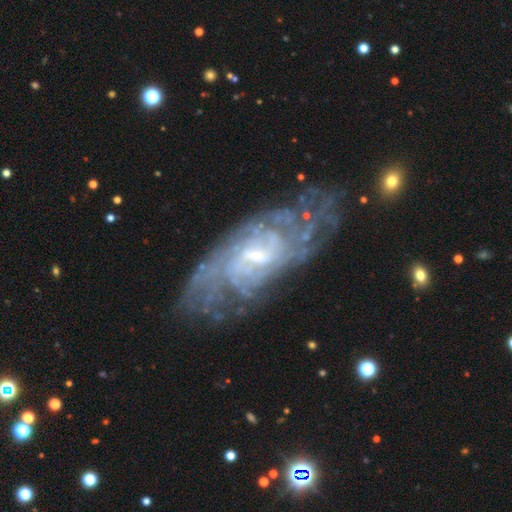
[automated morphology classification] Overall: featured or disk (83%). Edge-on disk: no (91%). Bar: weak (53%; no 30%). Spiral arms: yes (90%). Spiral arm count: can't tell (54%). Spiral winding: tight (62%; medium 29%). Bulge size: small (54%; moderate 33%). Merging: none (70%).